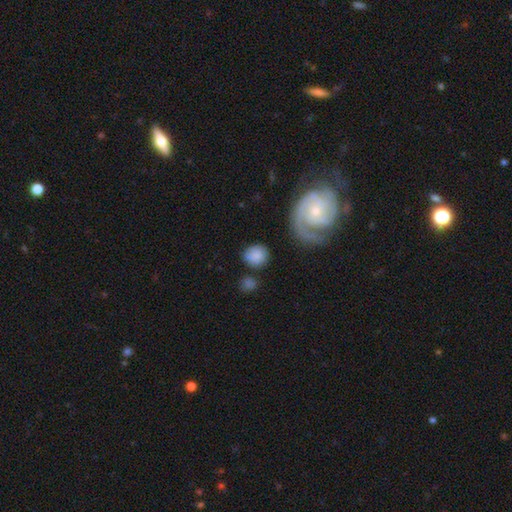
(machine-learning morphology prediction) A smooth galaxy with no disk features (75%) that is round (80%).

Vote fractions:
- Smooth or featured? smooth: 75% / featured or disk: 17% / star or artifact: 8%
- How rounded? round: 80% / in between: 19% / cigar-shaped: 1%
- Merging? none: 70% / minor disturbance: 16% / merger: 8% / major disturbance: 7%